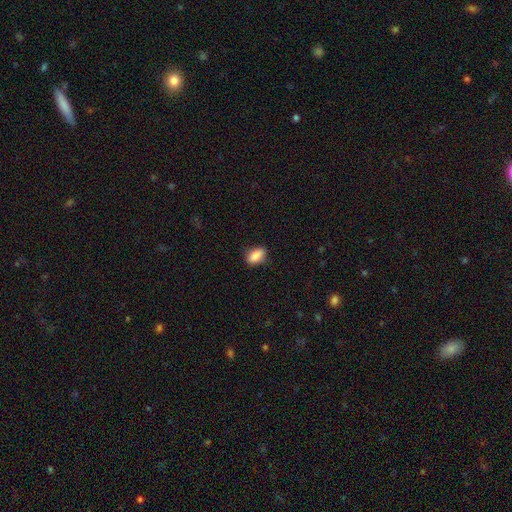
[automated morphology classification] smooth 87%, star or artifact 8%, featured or disk 5%. Down the decision tree: how rounded — in between (87%); merging — none (83%).